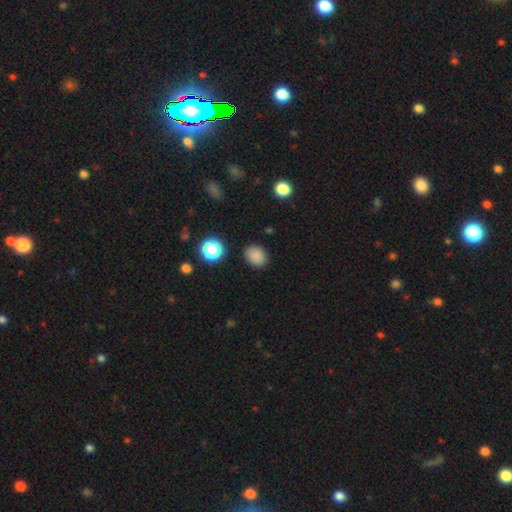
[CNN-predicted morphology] smooth 85%, star or artifact 11%, featured or disk 4%. Down the decision tree: how rounded — in between (50%); merging — none (84%).